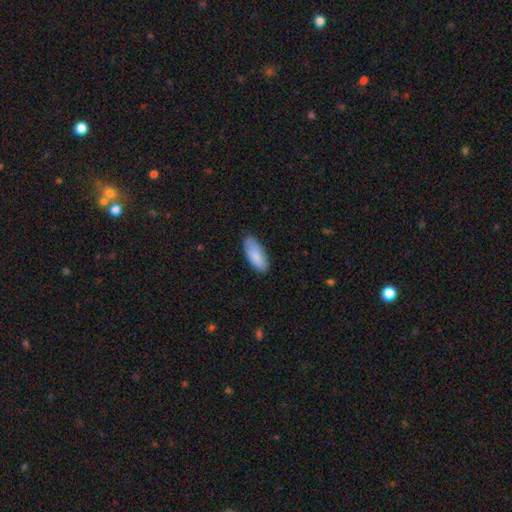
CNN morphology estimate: The model was most divided on "how rounded": in between: 82%, cigar-shaped: 17%, round: 2%. More confident: smooth or featured — smooth (87%); merging — none (81%).